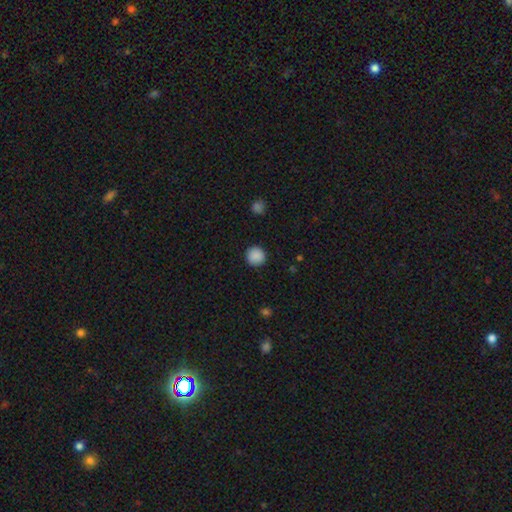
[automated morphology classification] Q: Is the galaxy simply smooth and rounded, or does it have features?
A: smooth — 89%.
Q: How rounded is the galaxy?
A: round — 94%.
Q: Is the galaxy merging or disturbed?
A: none — 91%.